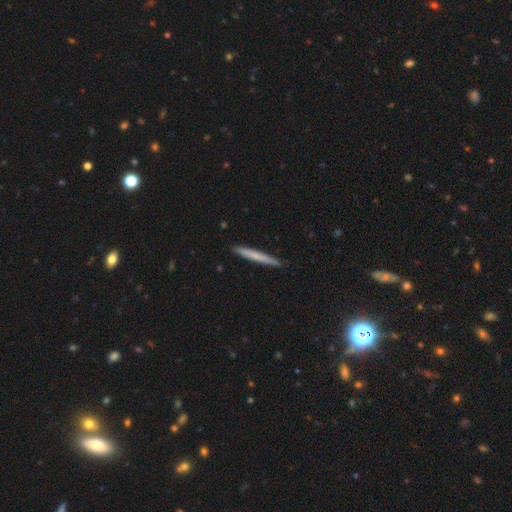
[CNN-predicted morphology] smooth_or_featured: smooth (p=0.63) [alt: featured or disk p=0.31]
how_rounded: cigar-shaped (p=0.97) [alt: in between p=0.02]
merging: none (p=0.90) [alt: minor disturbance p=0.08]